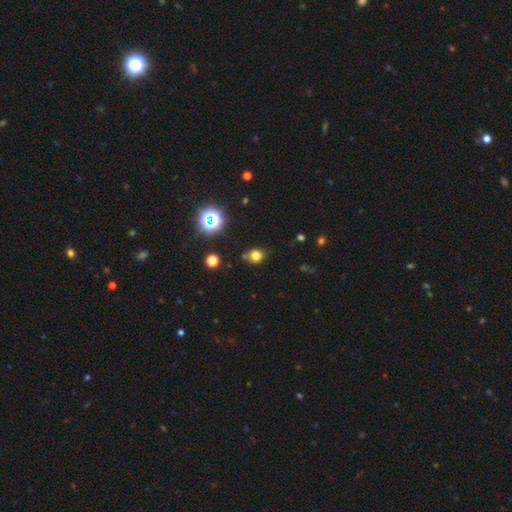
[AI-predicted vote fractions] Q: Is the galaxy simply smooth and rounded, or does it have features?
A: smooth — 75%.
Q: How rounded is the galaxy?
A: round — 70%.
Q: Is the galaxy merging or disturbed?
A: none — 76%.